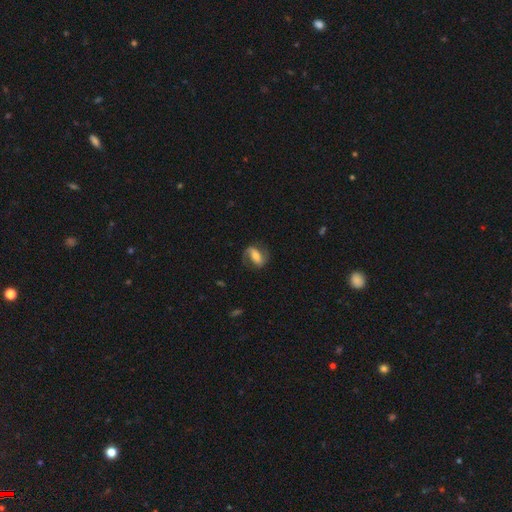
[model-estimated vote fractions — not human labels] This is likely a featured or disk galaxy (66%). It is clearly not viewed edge-on (95%). Bar: marginally strong (40%). Spiral arm pattern: clearly yes (90%). Spiral arm count: likely 2 (77%). Spiral winding: marginally medium (43%). Central bulge: possibly moderate (49%). Merging: likely none (70%).